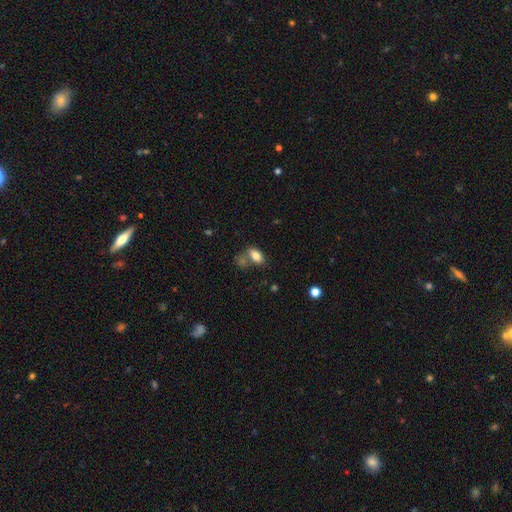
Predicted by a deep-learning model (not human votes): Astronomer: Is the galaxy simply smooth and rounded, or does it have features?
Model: smooth — 80%.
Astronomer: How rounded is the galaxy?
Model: in between — 89%.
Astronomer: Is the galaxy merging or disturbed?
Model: none — 50% (runner-up: merger, 27%).